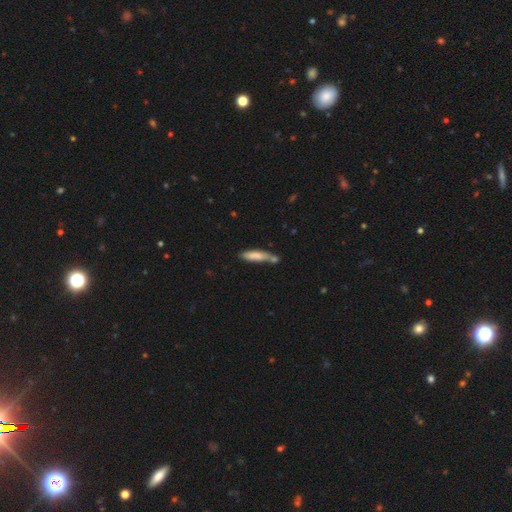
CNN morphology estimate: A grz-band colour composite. It shows a smooth galaxy with no disk features (77%) that is cigar-shaped (78%). Merging: none (47%).